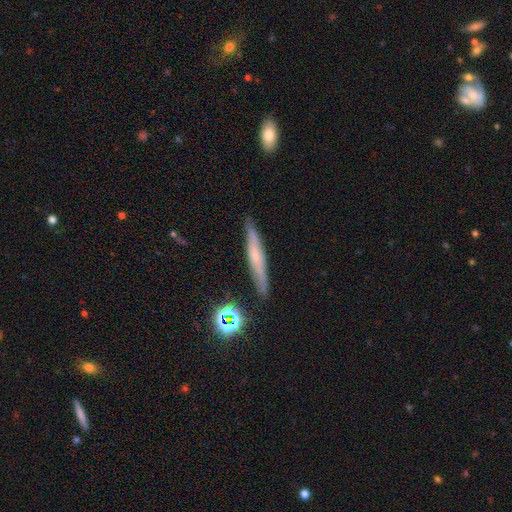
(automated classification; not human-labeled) Smooth or featured? Predicted: featured or disk (p=0.47). Merging? Predicted: none (p=0.85).